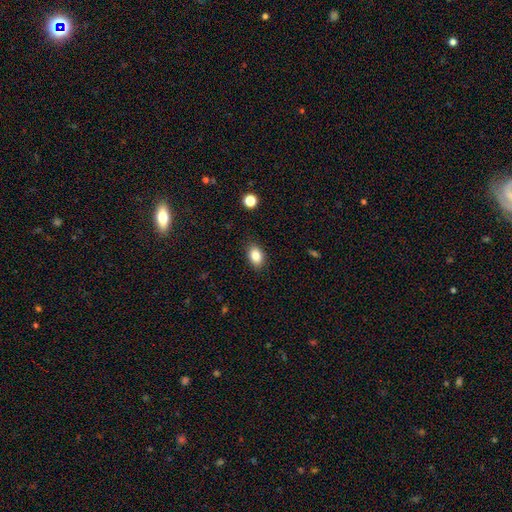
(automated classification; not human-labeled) smooth_or_featured: smooth (p=0.84) [alt: star or artifact p=0.09]
how_rounded: in between (p=0.81) [alt: round p=0.18]
merging: none (p=0.87) [alt: minor disturbance p=0.10]